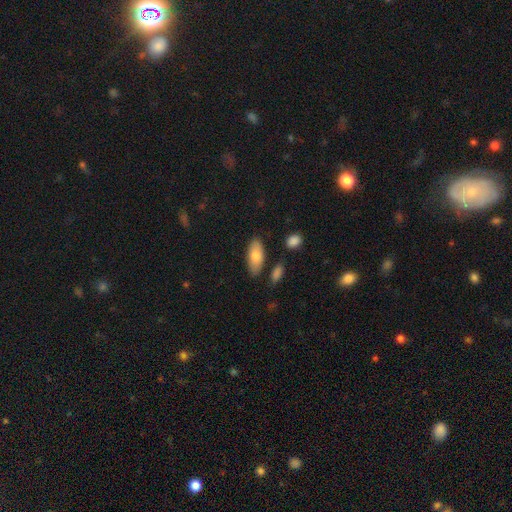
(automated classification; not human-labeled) Smooth or featured?
  - smooth: 80% *
  - featured or disk: 15%
  - star or artifact: 6%
How rounded?
  - in between: 88% *
  - cigar-shaped: 10%
  - round: 2%
Merging?
  - none: 81% *
  - minor disturbance: 12%
  - merger: 4%
  - major disturbance: 3%